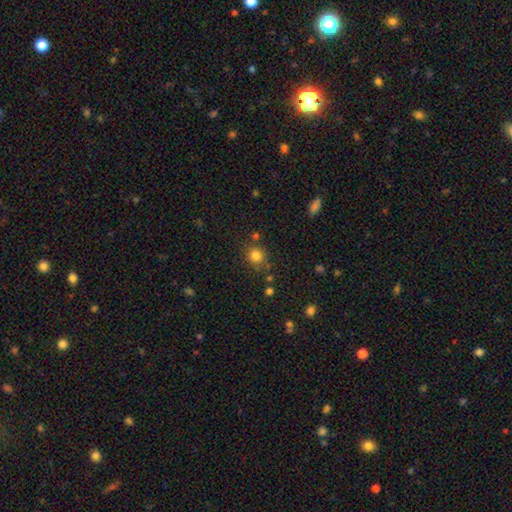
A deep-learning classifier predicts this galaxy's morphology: A smooth galaxy with no disk features (81%) that is round (82%).

Vote fractions:
- Smooth or featured? smooth: 81% / star or artifact: 13% / featured or disk: 6%
- How rounded? round: 82% / in between: 17% / cigar-shaped: 1%
- Merging? none: 76% / minor disturbance: 12% / merger: 8% / major disturbance: 4%